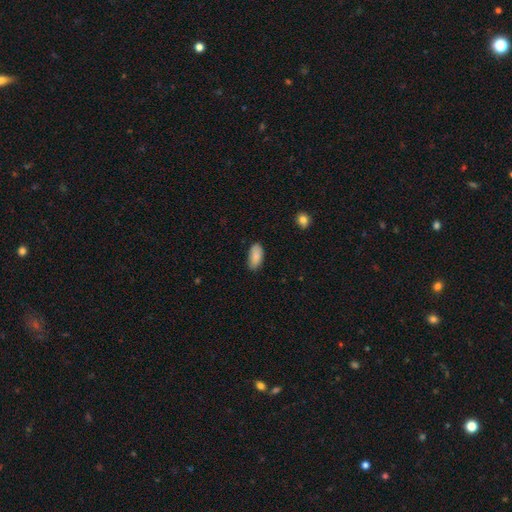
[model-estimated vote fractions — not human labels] This appears to be a smooth galaxy with no disk features (86%) that is in between round and cigar-shaped (92%). Merging: none (80%).